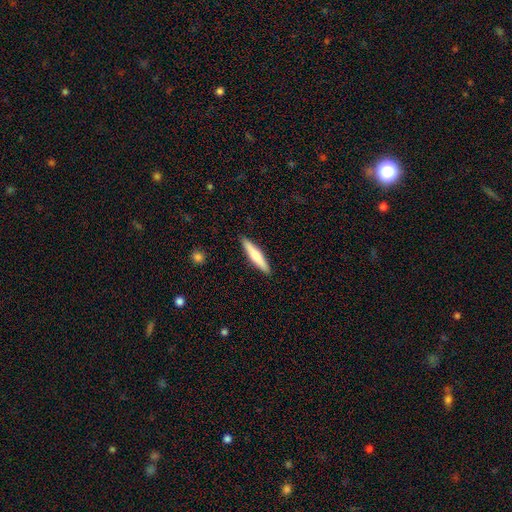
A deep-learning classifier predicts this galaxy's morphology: Smooth or featured: smooth — 59% (featured or disk — 36%)
How rounded: cigar-shaped — 87% (in between — 11%)
Merging: none — 91% (minor disturbance — 7%)